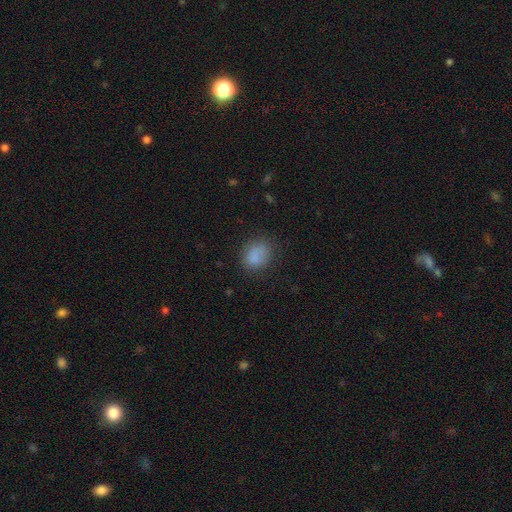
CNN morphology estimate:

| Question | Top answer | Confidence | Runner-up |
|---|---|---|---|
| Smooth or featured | smooth | 83% | star or artifact (11%) |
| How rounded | round | 52% | in between (47%) |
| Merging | none | 75% | minor disturbance (17%) |